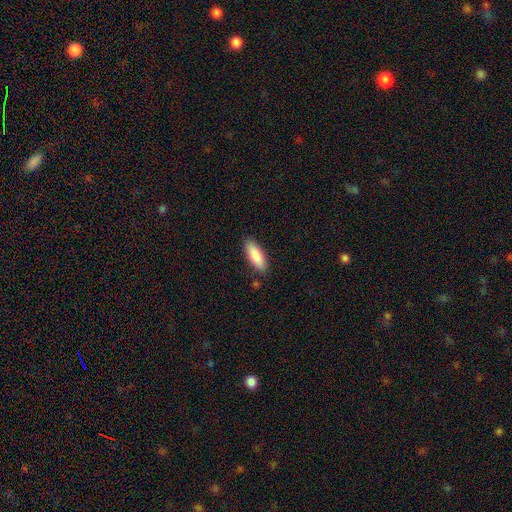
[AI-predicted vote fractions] Smooth or featured: smooth — 87% (featured or disk — 7%)
How rounded: in between — 69% (cigar-shaped — 29%)
Merging: none — 85% (minor disturbance — 11%)